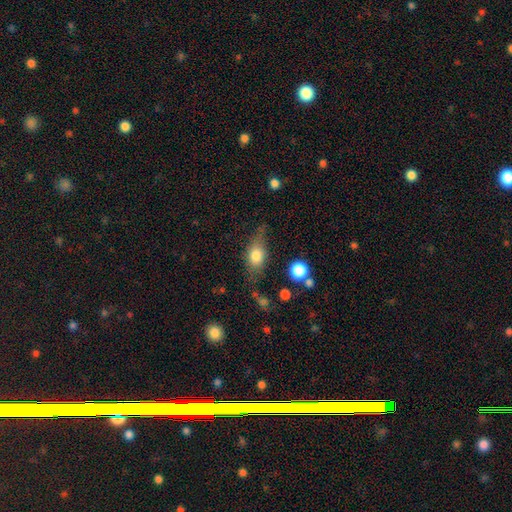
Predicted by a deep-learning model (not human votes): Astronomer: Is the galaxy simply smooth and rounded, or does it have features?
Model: smooth — 73%.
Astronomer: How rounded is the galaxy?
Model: in between — 73%.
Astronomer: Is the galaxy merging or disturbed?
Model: none — 58%.